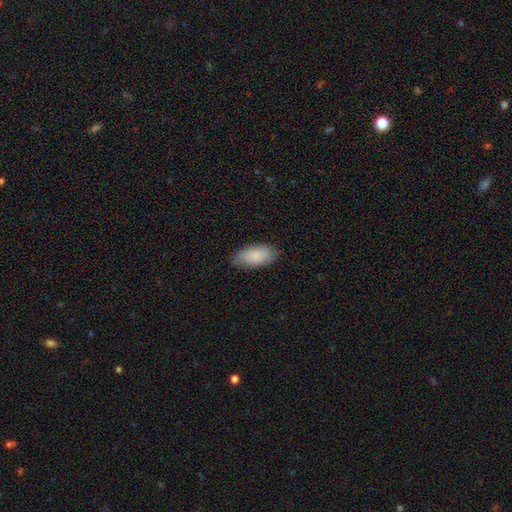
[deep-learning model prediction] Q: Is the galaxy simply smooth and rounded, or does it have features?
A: smooth — 85%.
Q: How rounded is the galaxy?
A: in between — 93%.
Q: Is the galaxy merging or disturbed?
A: none — 83%.